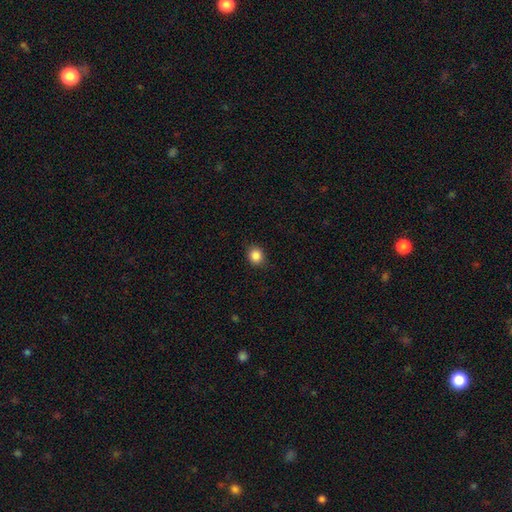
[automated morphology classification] The model was most divided on "how rounded": round: 76%, in between: 23%, cigar-shaped: 1%. More confident: merging — none (87%); smooth or featured — smooth (86%).